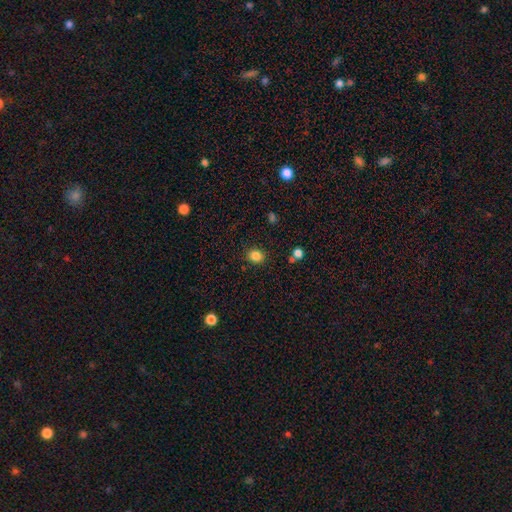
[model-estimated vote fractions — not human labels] A smooth galaxy with no disk features (84%) that is round (65%). Merging: none (87%).